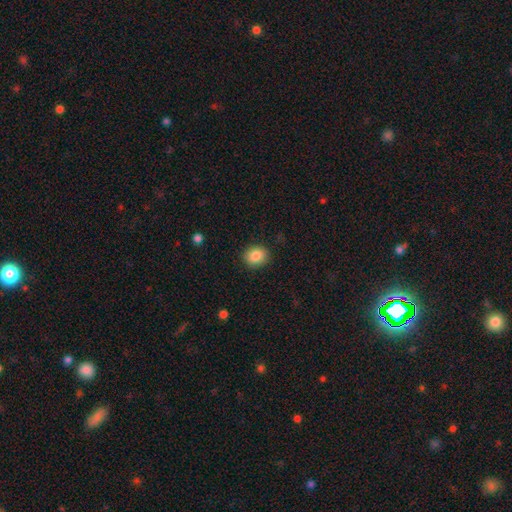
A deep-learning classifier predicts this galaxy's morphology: smooth 86%, star or artifact 9%, featured or disk 5%. Down the decision tree: how rounded — round (60%); merging — none (88%).